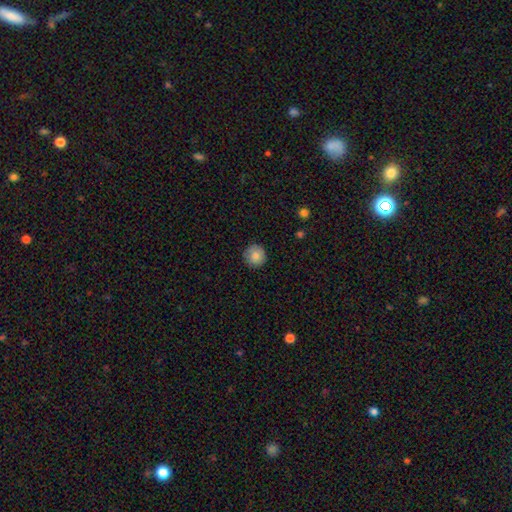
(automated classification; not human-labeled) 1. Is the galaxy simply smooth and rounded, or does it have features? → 85% smooth, 8% star or artifact, 7% featured or disk.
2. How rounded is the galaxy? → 95% round, 4% in between, 1% cigar-shaped.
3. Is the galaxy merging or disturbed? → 88% none, 9% minor disturbance, 2% major disturbance, 1% merger.